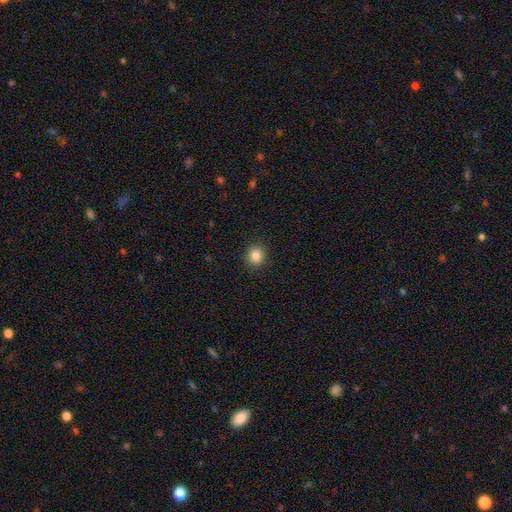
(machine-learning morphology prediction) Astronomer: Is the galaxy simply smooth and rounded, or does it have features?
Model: smooth — 85%.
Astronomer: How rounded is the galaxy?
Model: round — 79%.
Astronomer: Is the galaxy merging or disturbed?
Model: none — 91%.